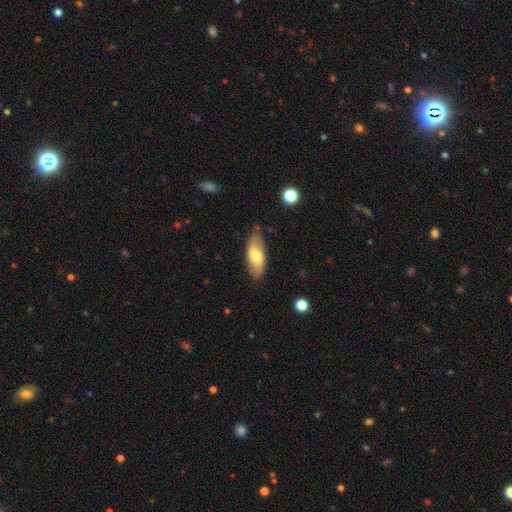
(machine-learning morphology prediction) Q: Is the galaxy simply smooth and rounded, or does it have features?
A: smooth — 64%.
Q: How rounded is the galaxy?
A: in between — 82%.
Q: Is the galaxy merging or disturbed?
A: none — 82%.